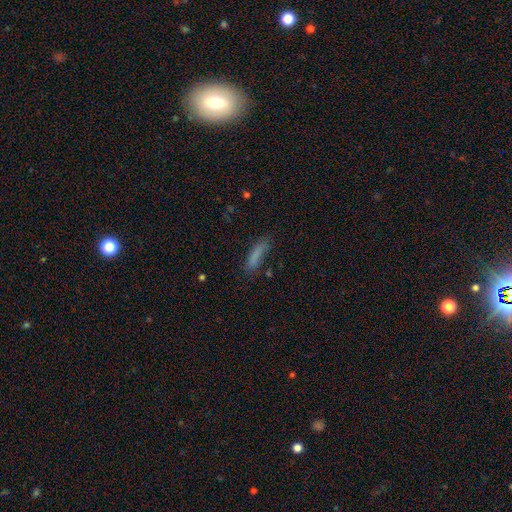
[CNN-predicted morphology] A smooth galaxy with no disk features (78%) that is cigar-shaped (70%). Merging: none (65%).